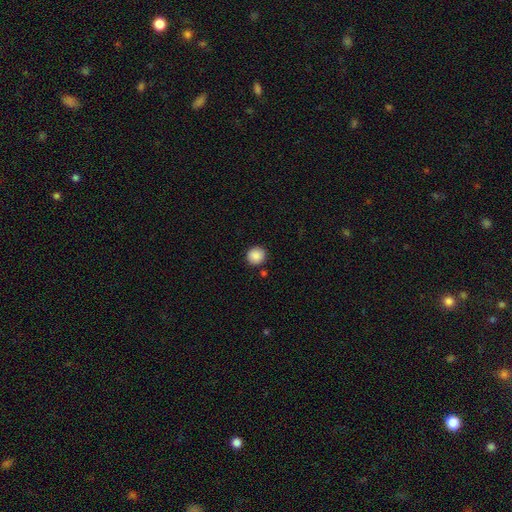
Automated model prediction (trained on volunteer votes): A smooth galaxy with no disk features (88%) that is round (90%).

Vote fractions:
- Smooth or featured? smooth: 88% / star or artifact: 9% / featured or disk: 3%
- How rounded? round: 90% / in between: 9% / cigar-shaped: 1%
- Merging? none: 89% / minor disturbance: 7% / merger: 2% / major disturbance: 2%